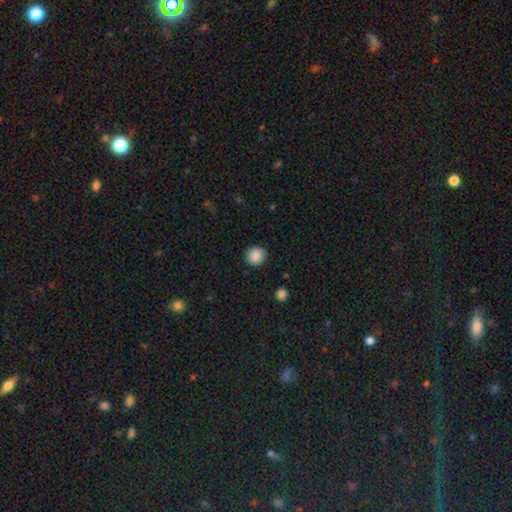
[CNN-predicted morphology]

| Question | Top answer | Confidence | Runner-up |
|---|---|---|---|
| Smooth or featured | smooth | 87% | star or artifact (9%) |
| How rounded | round | 93% | in between (6%) |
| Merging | none | 90% | minor disturbance (7%) |